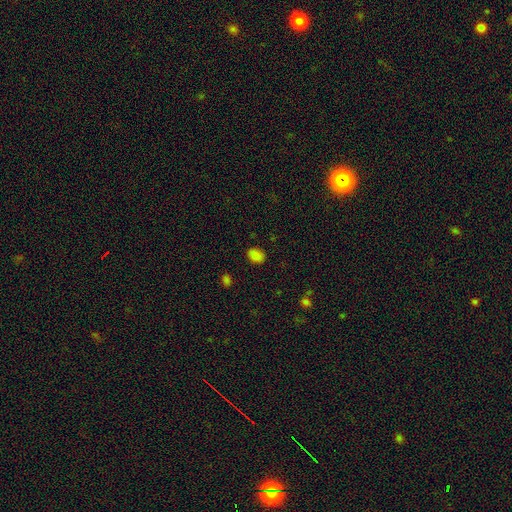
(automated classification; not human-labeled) Morphology: type=smooth (83%); roundness=in between (69%); merging=none (84%).